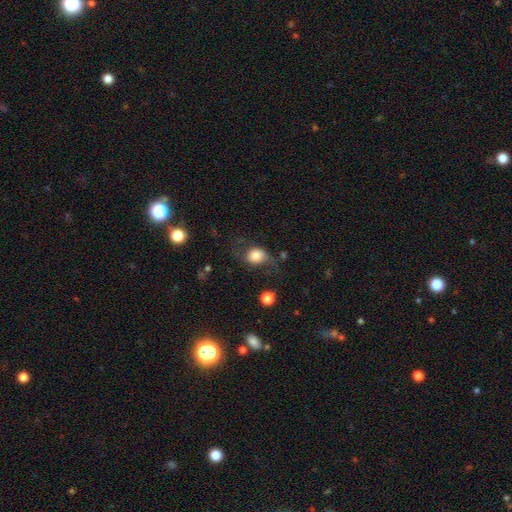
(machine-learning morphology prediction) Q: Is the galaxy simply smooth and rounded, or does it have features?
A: smooth — 70%.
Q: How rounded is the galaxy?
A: round — 60%.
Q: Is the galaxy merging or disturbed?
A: none — 48%.